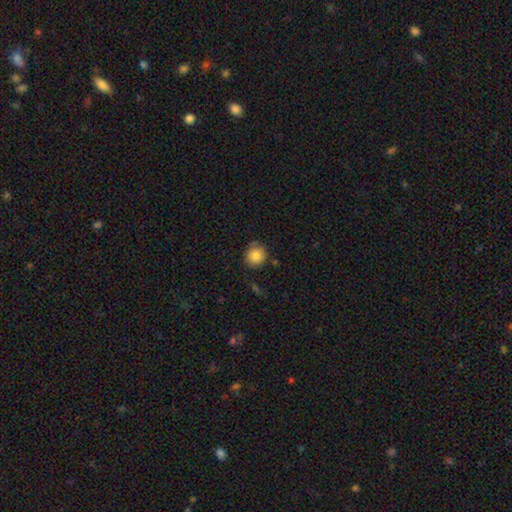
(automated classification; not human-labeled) A smooth galaxy with no disk features (85%) that is round (89%). Merging: none (78%).